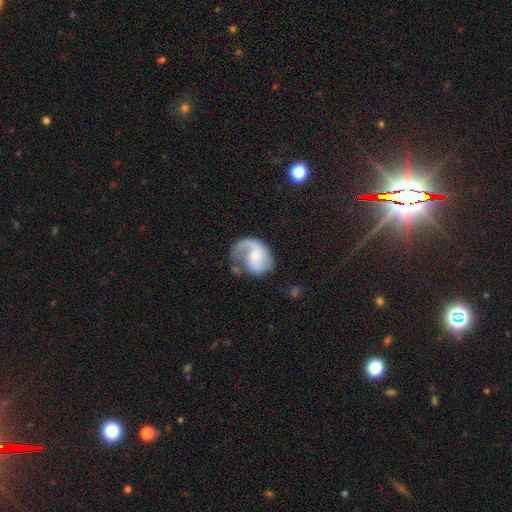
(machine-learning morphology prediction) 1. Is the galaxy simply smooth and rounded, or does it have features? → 74% featured or disk, 20% smooth, 6% star or artifact.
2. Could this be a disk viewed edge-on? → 98% no, 2% yes.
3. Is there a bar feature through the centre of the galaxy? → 57% no, 36% weak, 7% strong.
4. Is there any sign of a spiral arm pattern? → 92% yes, 8% no.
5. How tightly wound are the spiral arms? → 42% loose, 41% medium, 17% tight.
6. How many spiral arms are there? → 48% 1, 43% 2, 5% can't tell, 2% 3, 1% 4, 1% more than 4.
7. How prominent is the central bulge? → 41% small, 32% moderate, 18% none, 7% large, 2% dominant.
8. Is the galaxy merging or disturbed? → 41% none, 31% major disturbance, 23% minor disturbance, 4% merger.